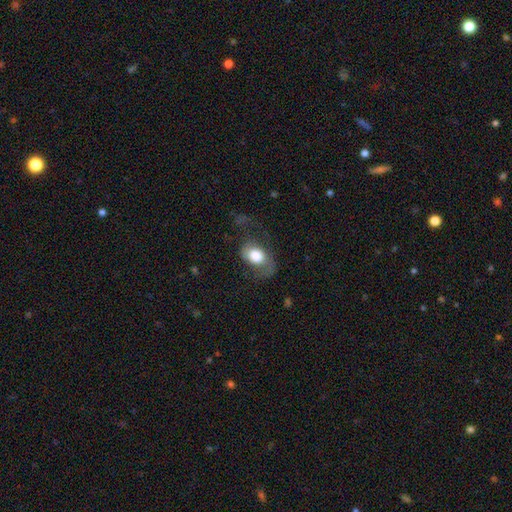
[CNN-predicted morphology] Smooth or featured? Predicted: smooth (p=0.67). How rounded? Predicted: in between (p=0.73). Merging? Predicted: none (p=0.43).